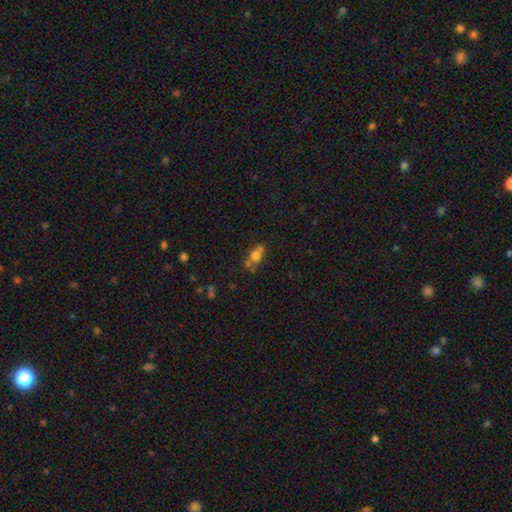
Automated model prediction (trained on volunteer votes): Smooth or featured?
  - smooth: 65% *
  - featured or disk: 21%
  - star or artifact: 14%
How rounded?
  - in between: 58% *
  - round: 37%
  - cigar-shaped: 6%
Merging?
  - none: 44% *
  - merger: 31%
  - minor disturbance: 17%
  - major disturbance: 8%